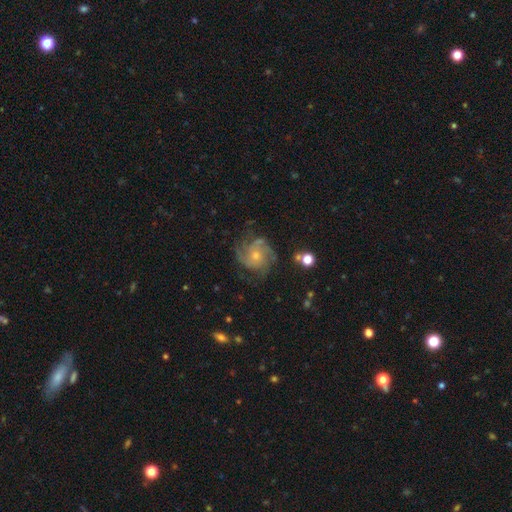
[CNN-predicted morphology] type=featured or disk (79%); edge-on=no (98%); bar=no (79%); spiral arms=yes (94%); winding=medium (43%); arm count=3 (35%); bulge=small (51%); merging=none (65%).